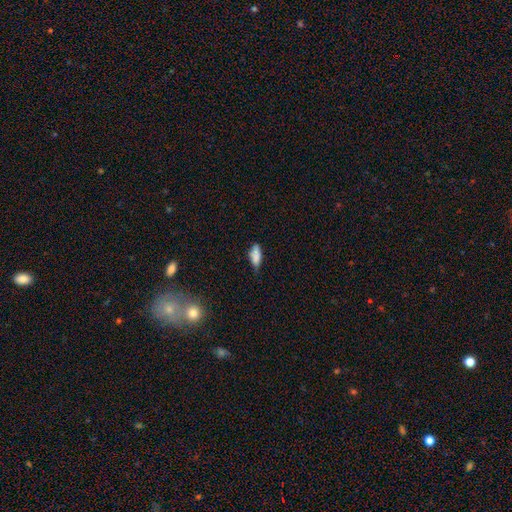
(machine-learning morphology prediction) This appears to be a smooth galaxy with no disk features (83%) that is in between round and cigar-shaped (76%). Merging: none (60%).